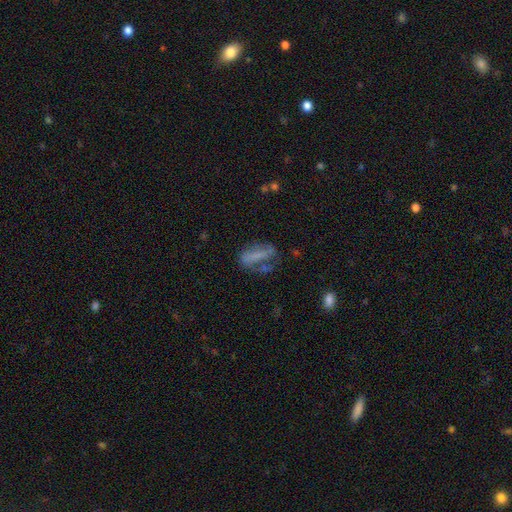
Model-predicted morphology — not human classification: smooth 53%, featured or disk 34%, star or artifact 13%. Down the decision tree: how rounded — in between (58%); merging — none (42%).